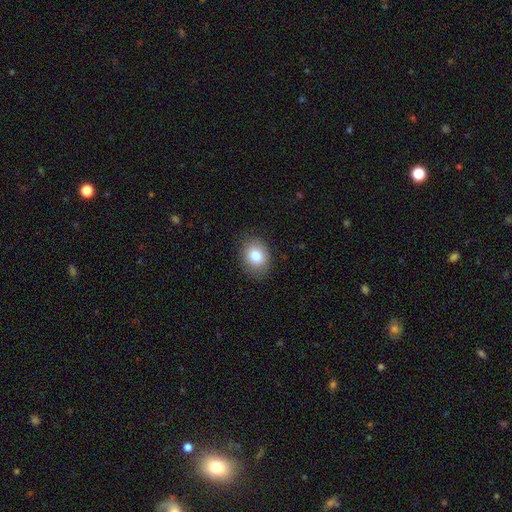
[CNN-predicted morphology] Smooth or featured?
  - smooth: 80% *
  - featured or disk: 10%
  - star or artifact: 9%
How rounded?
  - in between: 54% *
  - round: 45%
  - cigar-shaped: 1%
Merging?
  - none: 85% *
  - minor disturbance: 11%
  - major disturbance: 3%
  - merger: 1%